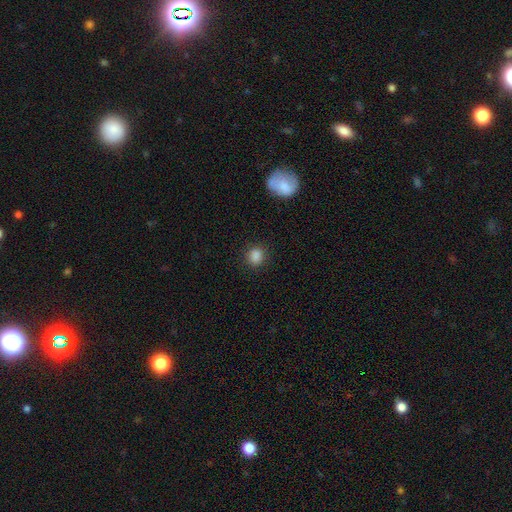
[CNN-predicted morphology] Smooth or featured? Predicted: smooth (p=0.86). How rounded? Predicted: round (p=0.73). Merging? Predicted: none (p=0.87).